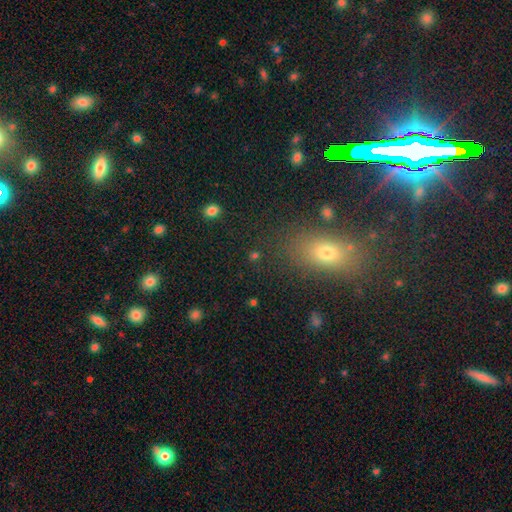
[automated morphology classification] This is possibly a smooth galaxy (58%). How rounded: possibly in between (55%). Merging: likely none (77%).